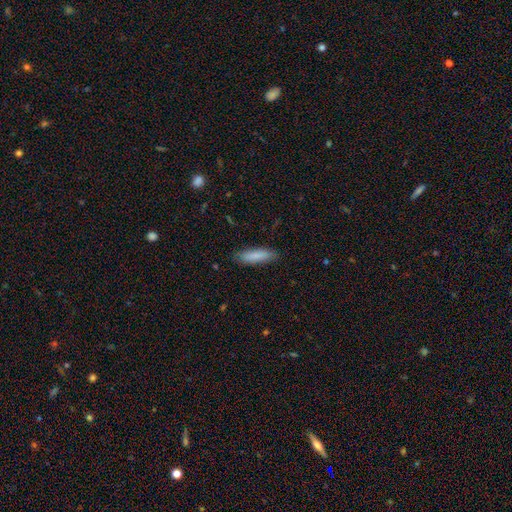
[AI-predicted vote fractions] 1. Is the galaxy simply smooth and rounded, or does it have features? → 85% smooth, 9% featured or disk, 6% star or artifact.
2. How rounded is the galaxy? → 67% cigar-shaped, 31% in between, 1% round.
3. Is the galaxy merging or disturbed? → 85% none, 12% minor disturbance, 2% major disturbance, 1% merger.